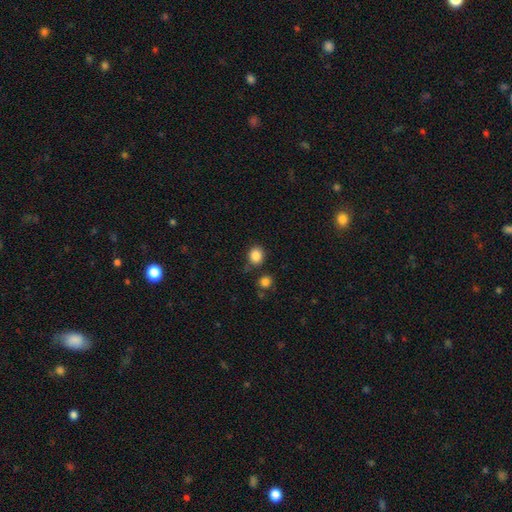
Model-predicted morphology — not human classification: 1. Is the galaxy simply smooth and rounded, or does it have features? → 86% smooth, 10% star or artifact, 4% featured or disk.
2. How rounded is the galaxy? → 78% round, 21% in between, 1% cigar-shaped.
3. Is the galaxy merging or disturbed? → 80% none, 11% minor disturbance, 7% merger, 3% major disturbance.